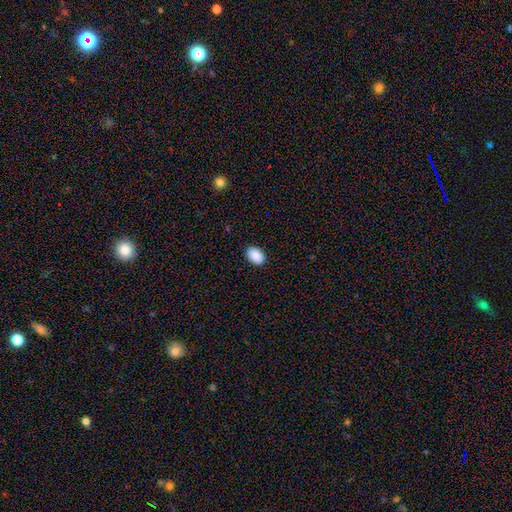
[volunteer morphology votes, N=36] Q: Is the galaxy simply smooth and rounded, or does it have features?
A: smooth — 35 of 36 (97%).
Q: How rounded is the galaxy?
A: in between — 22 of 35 (63%).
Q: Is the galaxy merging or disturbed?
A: none — 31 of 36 (86%).